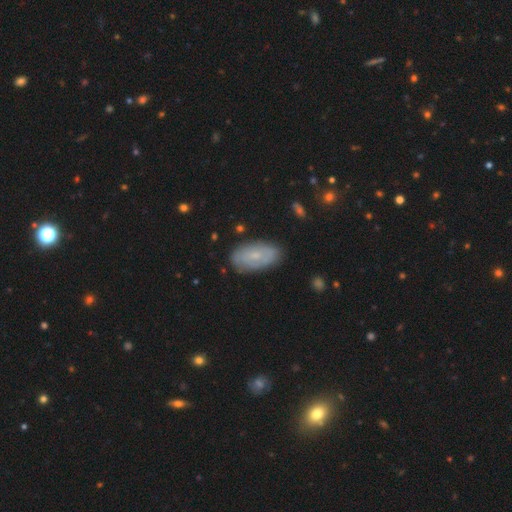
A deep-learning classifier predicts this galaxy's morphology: A smooth galaxy with no disk features (50%) that is in between round and cigar-shaped (93%). Merging: none (80%).